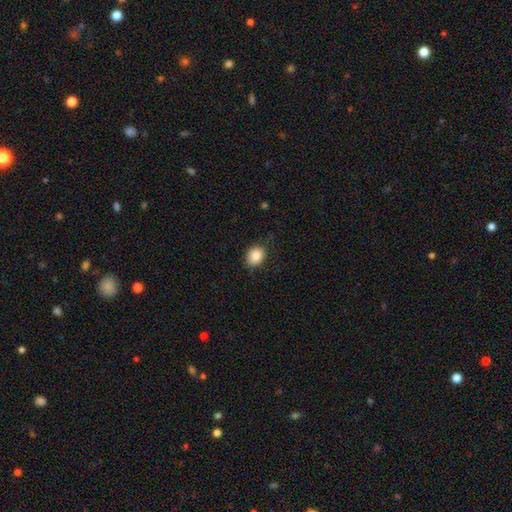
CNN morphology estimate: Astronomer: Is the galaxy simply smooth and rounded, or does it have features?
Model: smooth — 85%.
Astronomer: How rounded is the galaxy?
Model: round — 55% (runner-up: in between, 44%).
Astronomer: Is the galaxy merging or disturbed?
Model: none — 77%.